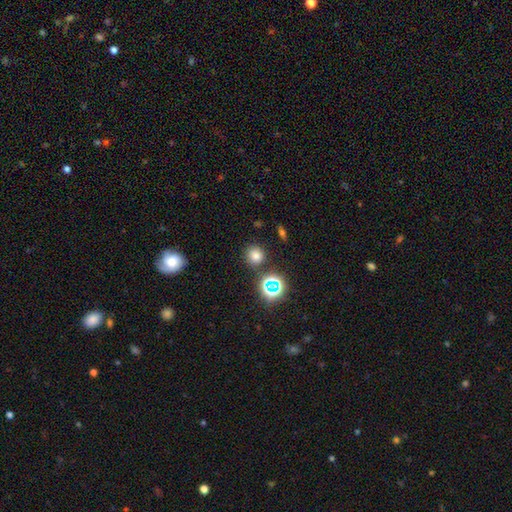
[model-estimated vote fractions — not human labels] This appears to be a smooth galaxy with no disk features (73%) that is round (88%). Merging: none (84%).